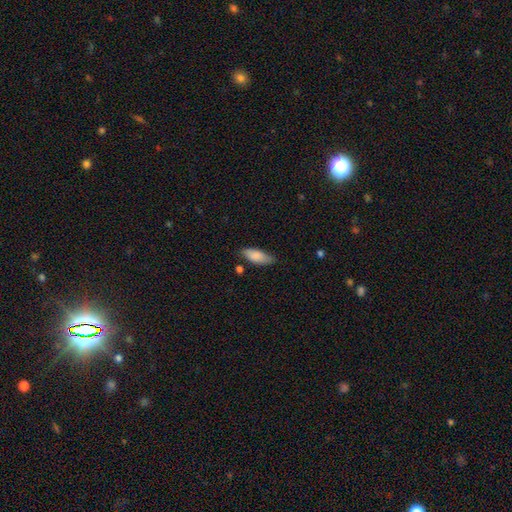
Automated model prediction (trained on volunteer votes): Smooth or featured? smooth (84%)
How rounded? in between (76%)
Merging? none (72%)